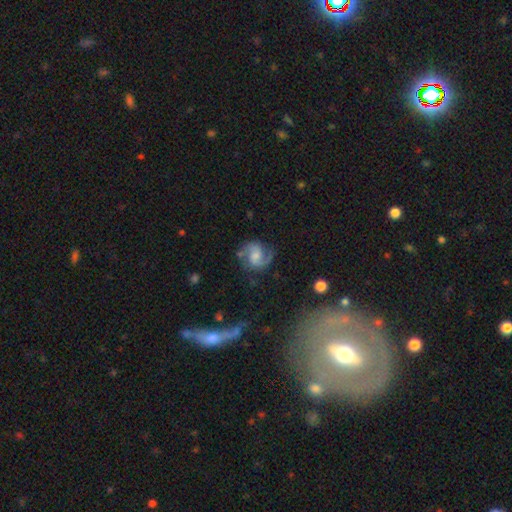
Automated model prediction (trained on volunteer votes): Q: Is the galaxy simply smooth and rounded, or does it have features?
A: featured or disk — 82%.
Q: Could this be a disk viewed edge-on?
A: no — 98%.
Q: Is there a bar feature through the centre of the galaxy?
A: no — 47%.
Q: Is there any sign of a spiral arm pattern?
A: yes — 96%.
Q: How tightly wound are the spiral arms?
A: medium — 55%.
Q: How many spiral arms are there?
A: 2 — 90%.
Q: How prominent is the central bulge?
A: moderate — 39%.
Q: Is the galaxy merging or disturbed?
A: none — 74%.